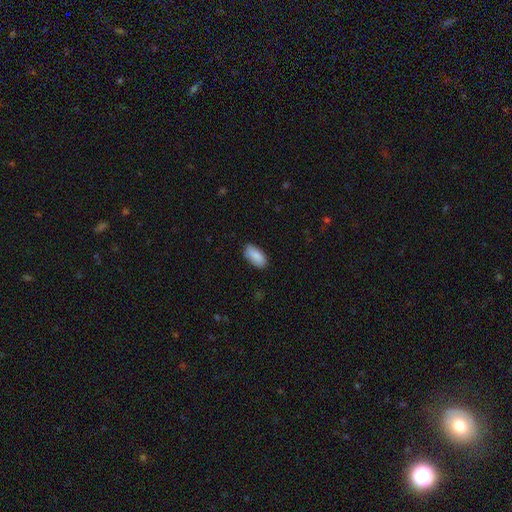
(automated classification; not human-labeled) Smooth or featured?
  - smooth: 88% *
  - star or artifact: 6%
  - featured or disk: 6%
How rounded?
  - in between: 90% *
  - cigar-shaped: 8%
  - round: 2%
Merging?
  - none: 83% *
  - minor disturbance: 13%
  - major disturbance: 2%
  - merger: 1%